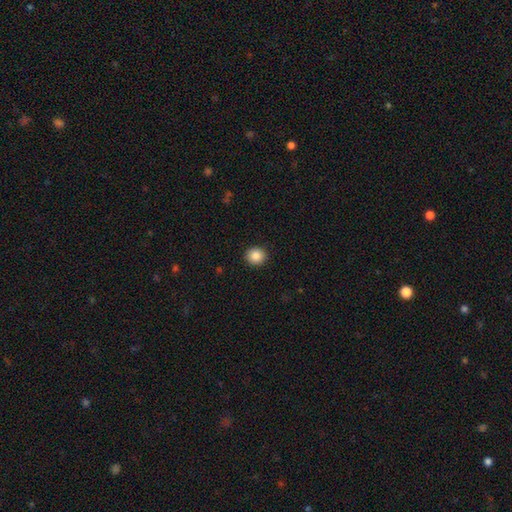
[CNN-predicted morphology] Overall: smooth (87%). How rounded: round (86%). Merging: none (92%).